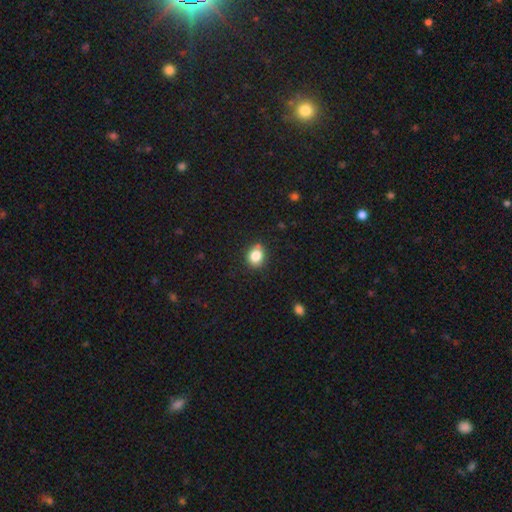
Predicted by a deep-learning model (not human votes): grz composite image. It shows a smooth galaxy with no disk features (83%) that is round (63%). Merging: none (76%).